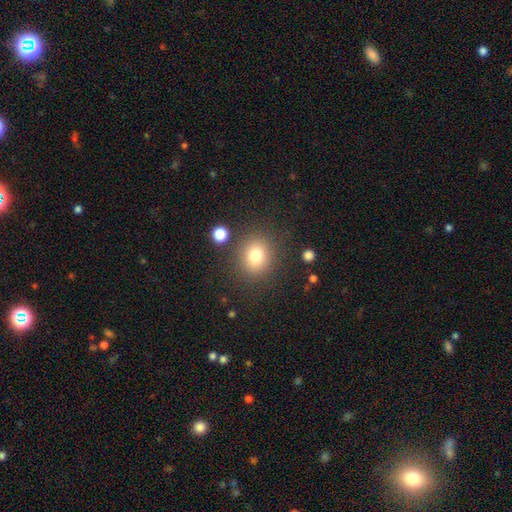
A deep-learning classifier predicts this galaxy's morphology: A smooth galaxy with no disk features (78%) that is round (78%). Merging: none (83%).